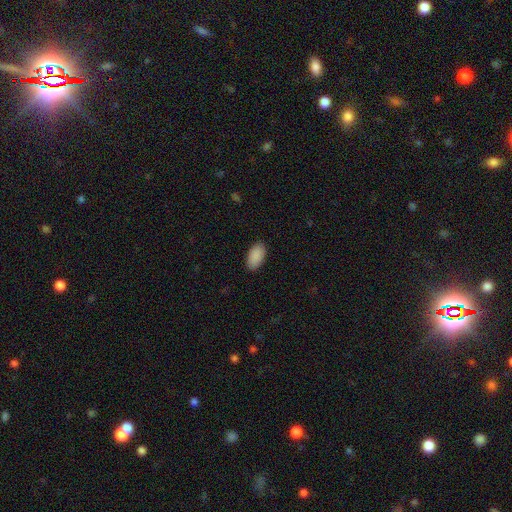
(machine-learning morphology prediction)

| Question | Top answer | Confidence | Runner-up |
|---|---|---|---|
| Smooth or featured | smooth | 91% | star or artifact (6%) |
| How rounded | in between | 95% | round (3%) |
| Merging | none | 89% | minor disturbance (8%) |